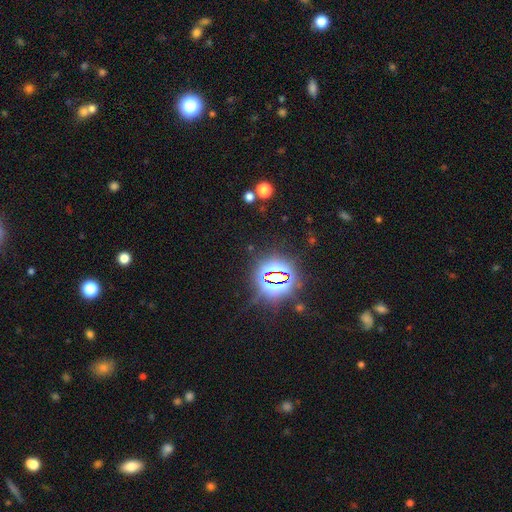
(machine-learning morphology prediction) Smooth or featured? star or artifact (82%)